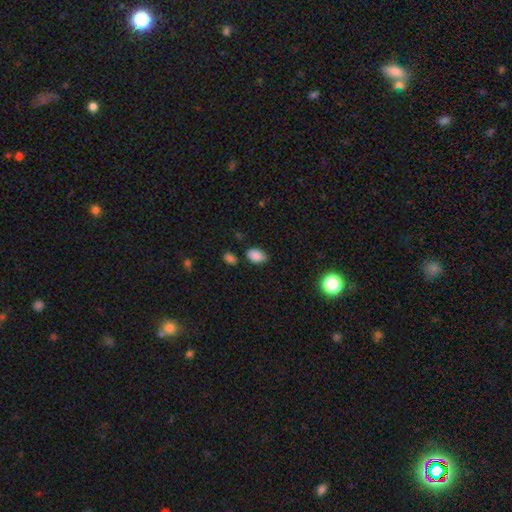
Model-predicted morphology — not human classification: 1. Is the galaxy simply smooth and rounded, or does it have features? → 87% smooth, 8% star or artifact, 5% featured or disk.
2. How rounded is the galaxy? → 90% in between, 9% round, 1% cigar-shaped.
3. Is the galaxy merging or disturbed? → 77% none, 15% minor disturbance, 4% merger, 3% major disturbance.